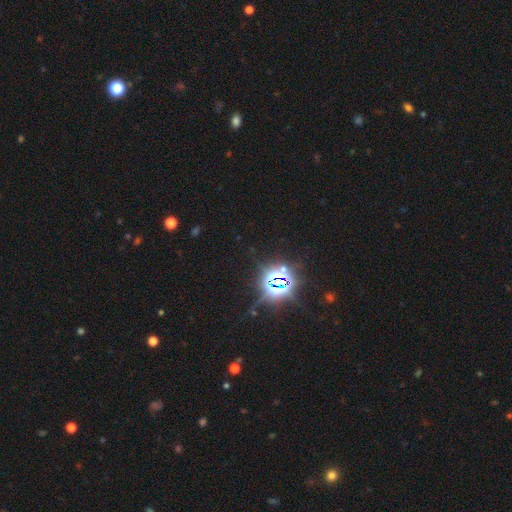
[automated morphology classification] A star or artifact, not a galaxy (86%).